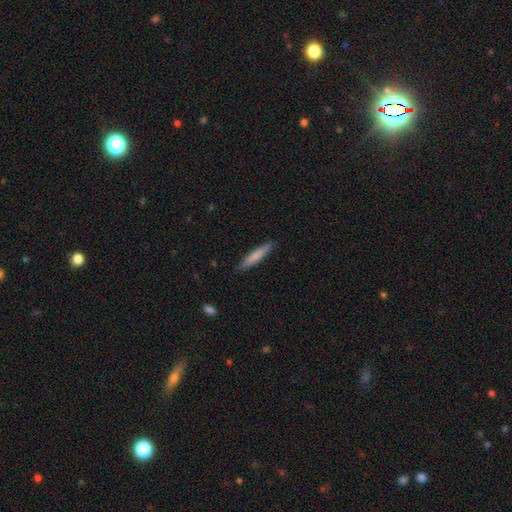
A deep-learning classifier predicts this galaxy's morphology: smooth-or-featured: smooth: 77% | featured or disk: 18% | star or artifact: 5%
  how-rounded: cigar-shaped: 91% | in between: 7% | round: 1%
  merging: none: 88% | minor disturbance: 9% | major disturbance: 2% | merger: 1%